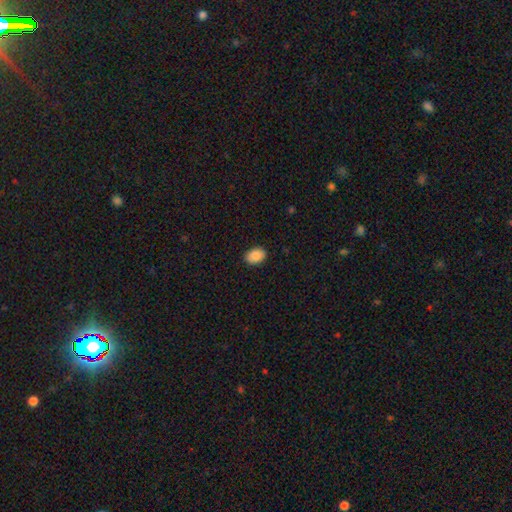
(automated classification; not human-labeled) Smooth or featured? Predicted: smooth (p=0.89). How rounded? Predicted: in between (p=0.81). Merging? Predicted: none (p=0.89).